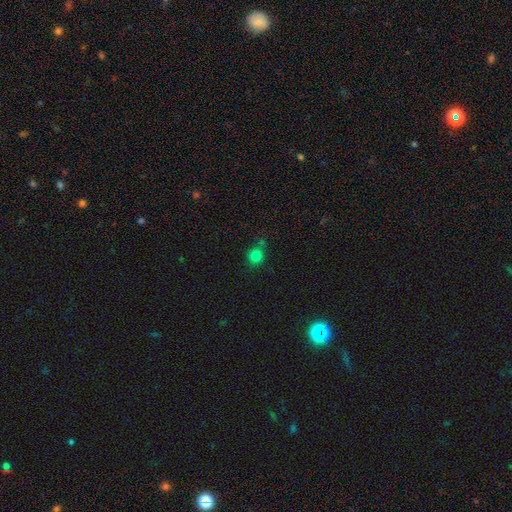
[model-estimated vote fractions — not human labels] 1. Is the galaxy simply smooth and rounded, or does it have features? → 80% smooth, 14% star or artifact, 5% featured or disk.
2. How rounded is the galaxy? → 87% round, 12% in between, 1% cigar-shaped.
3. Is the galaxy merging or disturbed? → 69% none, 14% minor disturbance, 13% merger, 4% major disturbance.